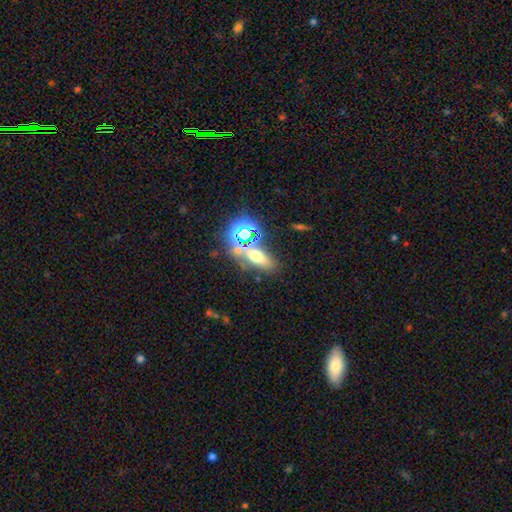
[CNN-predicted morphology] This appears to be a smooth galaxy with no disk features (48%). Merging: none (62%).